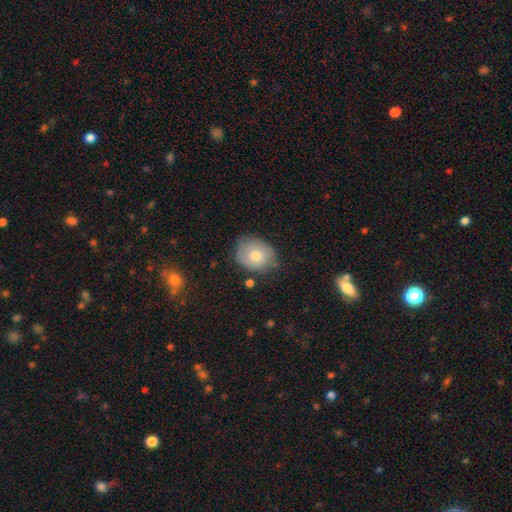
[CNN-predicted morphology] smooth_or_featured: smooth (p=0.68) [alt: featured or disk p=0.24]
how_rounded: round (p=0.57) [alt: in between p=0.42]
merging: none (p=0.70) [alt: minor disturbance p=0.23]